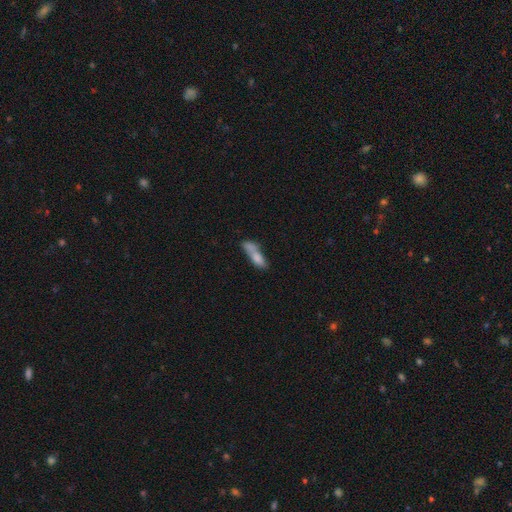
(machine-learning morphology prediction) Smooth or featured?
  - smooth: 72% *
  - featured or disk: 19%
  - star or artifact: 9%
How rounded?
  - in between: 48% * (tied)
  - cigar-shaped: 48% * (tied)
  - round: 4%
Merging?
  - merger: 45% *
  - none: 28%
  - minor disturbance: 16%
  - major disturbance: 11%